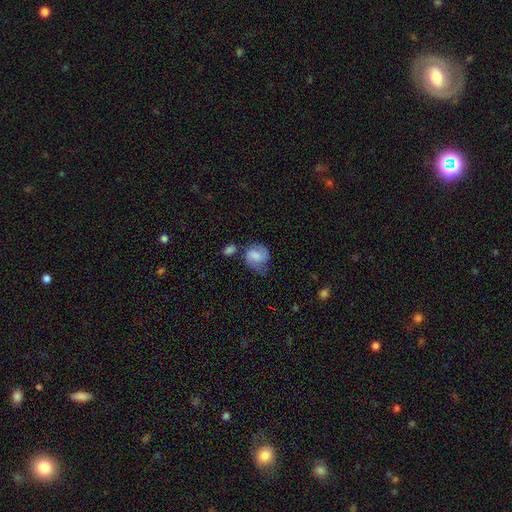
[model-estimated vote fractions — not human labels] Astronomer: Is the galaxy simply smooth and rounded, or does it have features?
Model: smooth — 55% (runner-up: featured or disk, 37%).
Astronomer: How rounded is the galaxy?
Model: round — 58% (runner-up: in between, 41%).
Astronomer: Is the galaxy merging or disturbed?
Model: none — 44% (runner-up: minor disturbance, 29%).